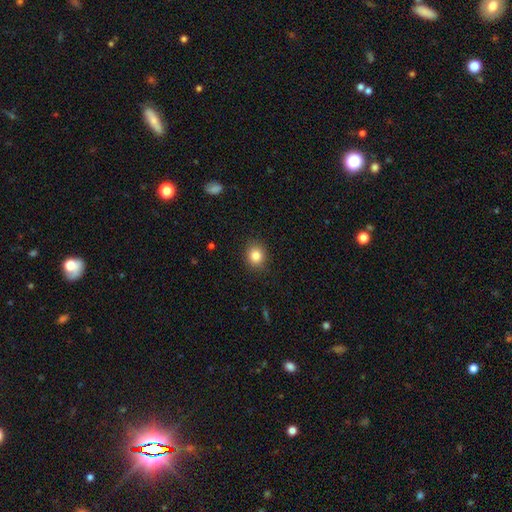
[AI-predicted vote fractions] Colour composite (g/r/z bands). It shows a smooth galaxy with no disk features (83%) that is round (74%). Merging: none (89%).